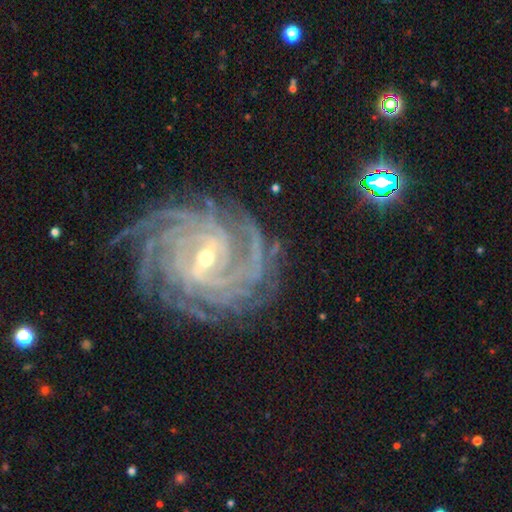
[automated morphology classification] Smooth or featured? featured or disk (92%)
Edge-on disk? no (97%)
Bar? weak (43%)
Spiral arms? yes (99%)
Spiral winding? tight (80%)
Spiral arm count? more than 4 (32%)
Bulge size? small (62%)
Merging? none (81%)